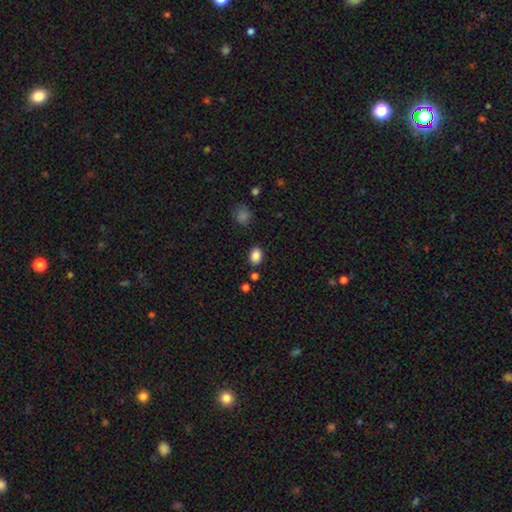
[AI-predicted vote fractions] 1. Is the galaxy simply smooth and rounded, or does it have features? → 86% smooth, 10% star or artifact, 4% featured or disk.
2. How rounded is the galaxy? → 73% in between, 26% round, 1% cigar-shaped.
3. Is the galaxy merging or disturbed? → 80% none, 11% minor disturbance, 5% merger, 3% major disturbance.